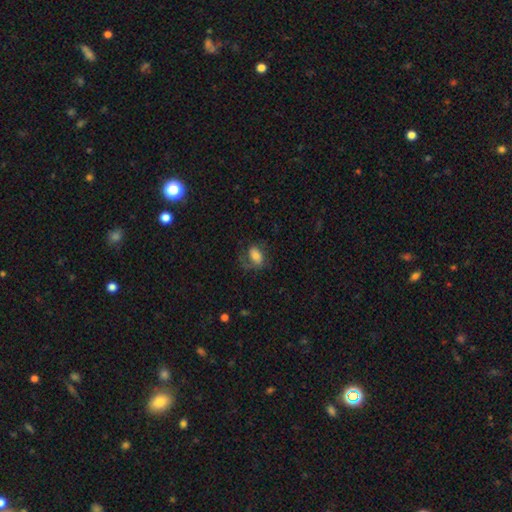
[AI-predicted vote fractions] Smooth or featured: smooth — 64% (featured or disk — 27%)
How rounded: in between — 85% (round — 13%)
Merging: none — 52% (major disturbance — 25%)